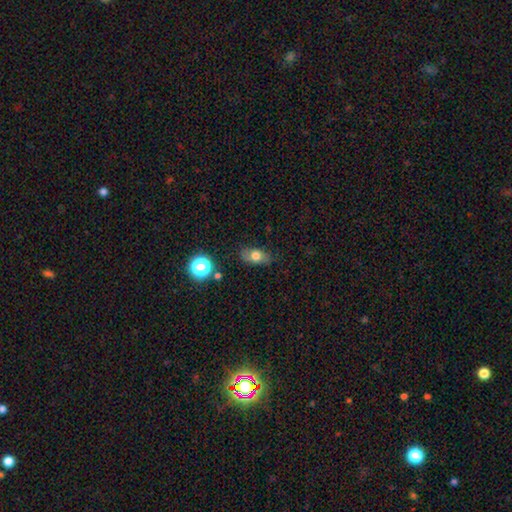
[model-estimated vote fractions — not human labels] The model was most divided on "smooth or featured": smooth: 71%, featured or disk: 18%, star or artifact: 11%. More confident: how rounded — in between (79%); merging — none (78%).